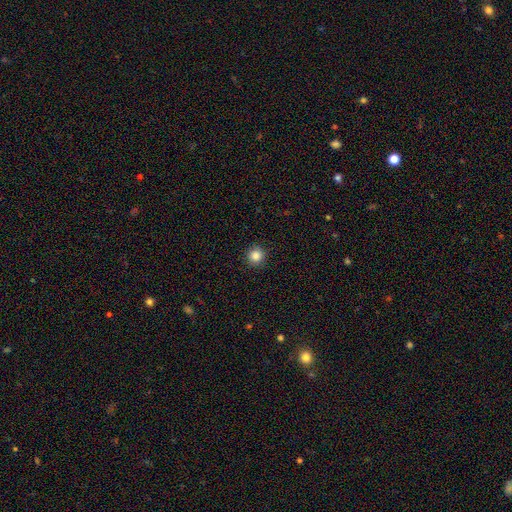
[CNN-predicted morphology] A smooth galaxy with no disk features (86%) that is round (95%). Merging: none (91%).